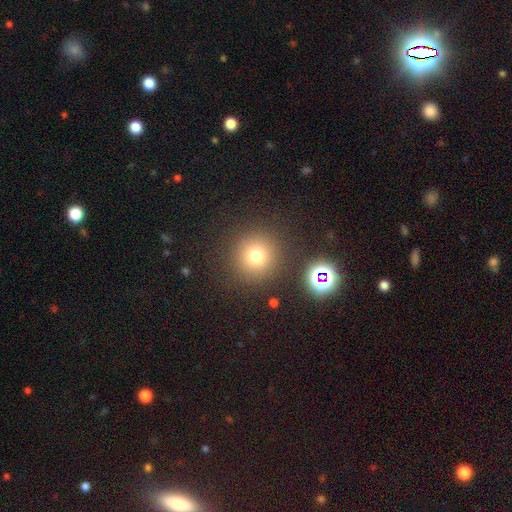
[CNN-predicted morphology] This appears to be a smooth galaxy with no disk features (74%) that is round (94%). Merging: none (87%).